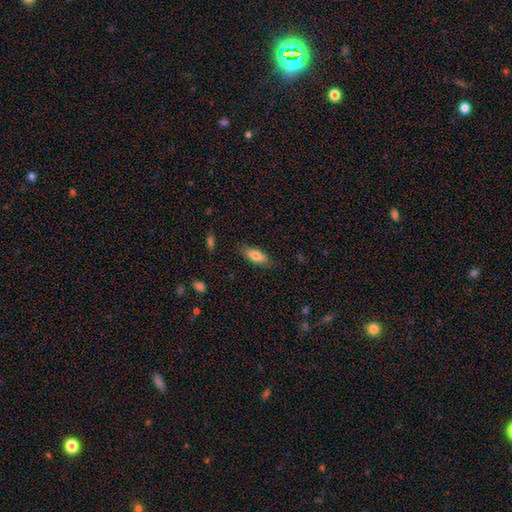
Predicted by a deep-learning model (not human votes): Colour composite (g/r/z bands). It shows a smooth galaxy with no disk features (80%) that is in between round and cigar-shaped (73%). Merging: none (83%).